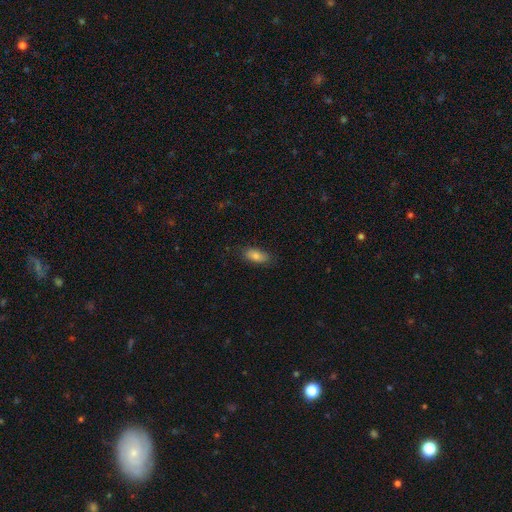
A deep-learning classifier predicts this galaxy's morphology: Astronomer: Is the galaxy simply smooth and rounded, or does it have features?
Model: smooth — 78%.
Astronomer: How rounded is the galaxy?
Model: in between — 86%.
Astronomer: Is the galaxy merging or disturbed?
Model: none — 80%.